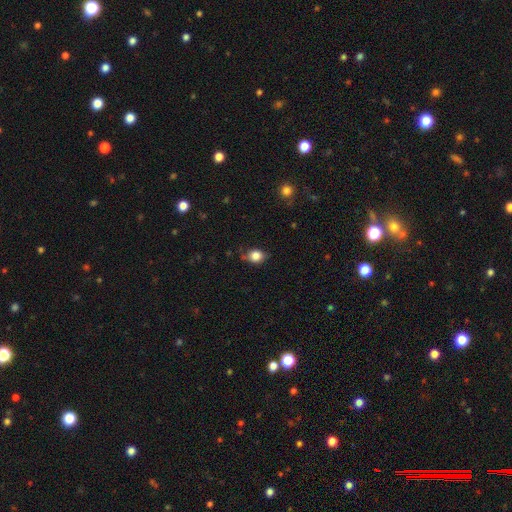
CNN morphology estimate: Smooth or featured? smooth (82%)
How rounded? in between (52%)
Merging? none (70%)